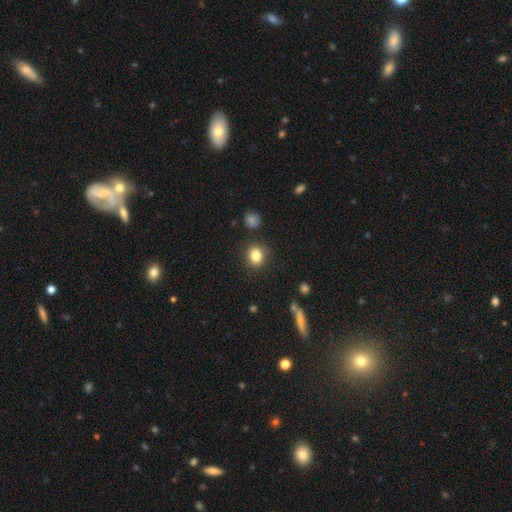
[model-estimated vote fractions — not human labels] Smooth or featured: smooth — 83% (star or artifact — 11%)
How rounded: round — 69% (in between — 30%)
Merging: none — 85% (minor disturbance — 10%)